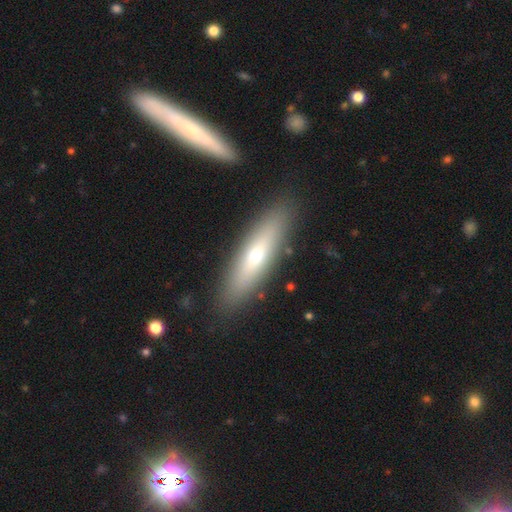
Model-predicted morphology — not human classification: The model was most divided on "smooth or featured": smooth: 57%, featured or disk: 36%, star or artifact: 7%. More confident: merging — none (87%); how rounded — cigar-shaped (69%).